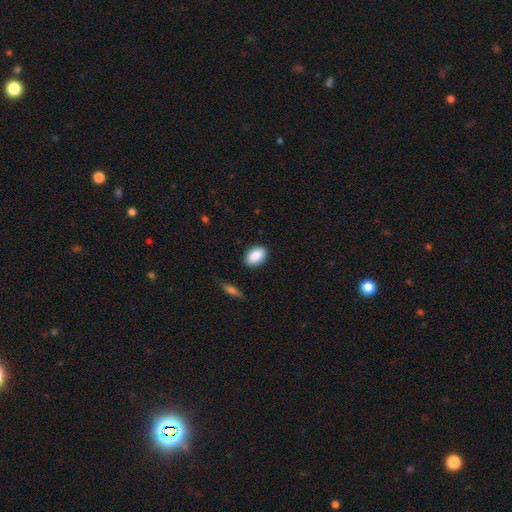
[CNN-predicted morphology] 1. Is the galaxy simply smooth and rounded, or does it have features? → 89% smooth, 7% star or artifact, 4% featured or disk.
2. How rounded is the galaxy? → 88% in between, 10% round, 2% cigar-shaped.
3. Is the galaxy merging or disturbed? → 87% none, 10% minor disturbance, 2% major disturbance, 2% merger.